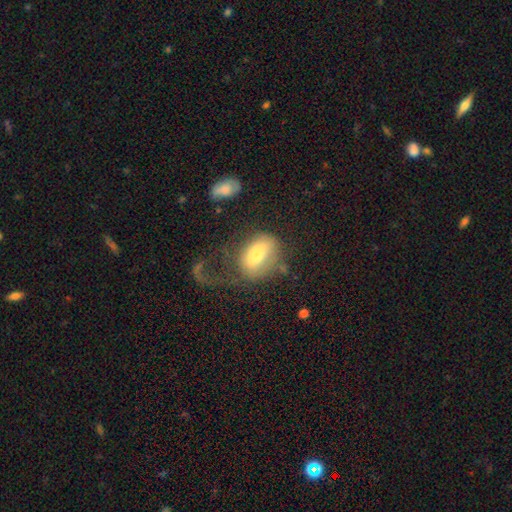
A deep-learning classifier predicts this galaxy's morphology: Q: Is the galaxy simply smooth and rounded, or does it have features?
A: smooth — 65%.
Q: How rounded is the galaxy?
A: in between — 84%.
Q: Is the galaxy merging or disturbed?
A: major disturbance — 49%.